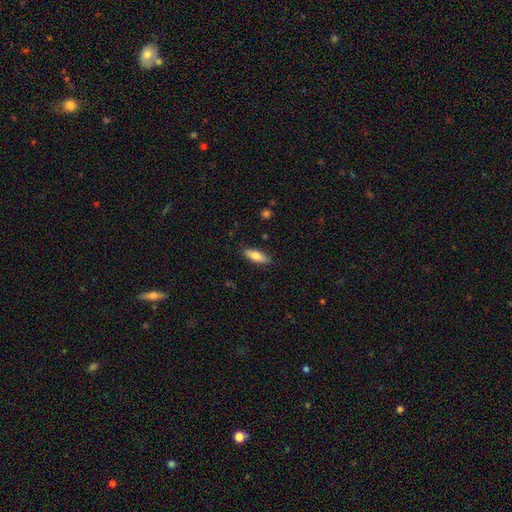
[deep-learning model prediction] Smooth or featured?
  - smooth: 77% *
  - featured or disk: 16%
  - star or artifact: 6%
How rounded?
  - in between: 67% *
  - cigar-shaped: 31%
  - round: 2%
Merging?
  - none: 86% *
  - minor disturbance: 10%
  - major disturbance: 2%
  - merger: 1%